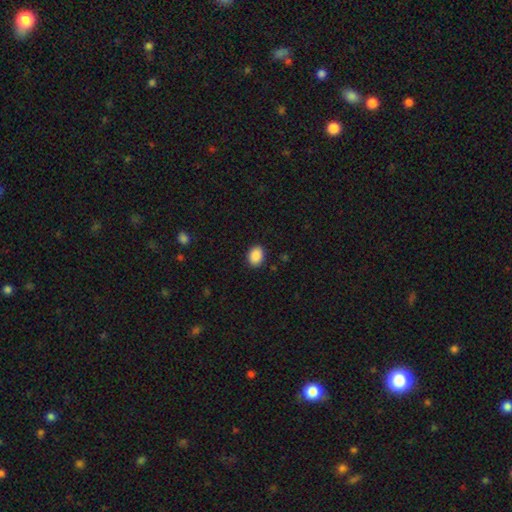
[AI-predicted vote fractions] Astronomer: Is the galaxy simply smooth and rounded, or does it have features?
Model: smooth — 90%.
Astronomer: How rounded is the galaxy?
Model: in between — 68%.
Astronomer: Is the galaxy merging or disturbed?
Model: none — 89%.